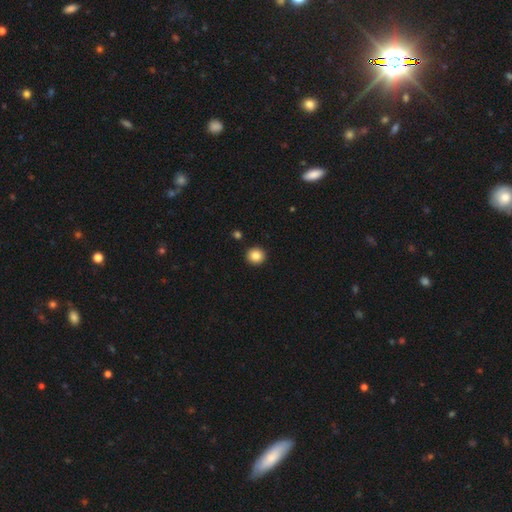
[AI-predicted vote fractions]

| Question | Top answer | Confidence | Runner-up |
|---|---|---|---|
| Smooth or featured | smooth | 85% | star or artifact (10%) |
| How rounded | round | 92% | in between (7%) |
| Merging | none | 92% | minor disturbance (5%) |